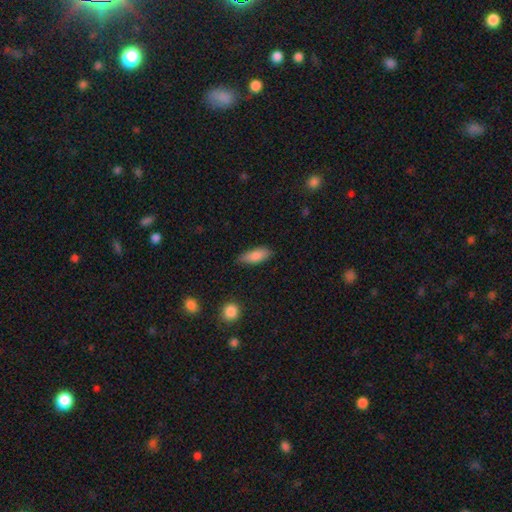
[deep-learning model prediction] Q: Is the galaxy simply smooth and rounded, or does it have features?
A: smooth — 85%.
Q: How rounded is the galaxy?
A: in between — 73%.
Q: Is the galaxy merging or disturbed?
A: none — 79%.